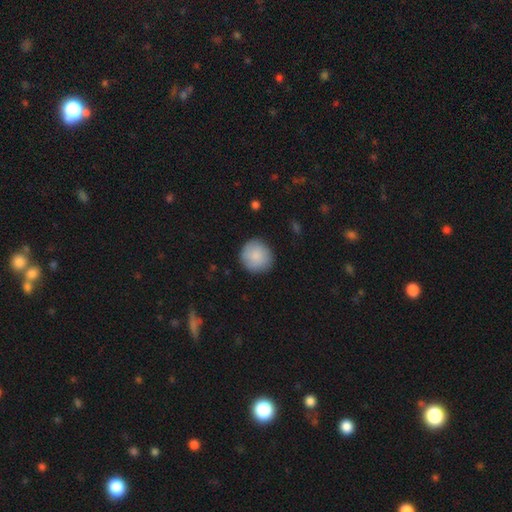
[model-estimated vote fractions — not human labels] Smooth or featured? smooth (87%)
How rounded? round (93%)
Merging? none (87%)